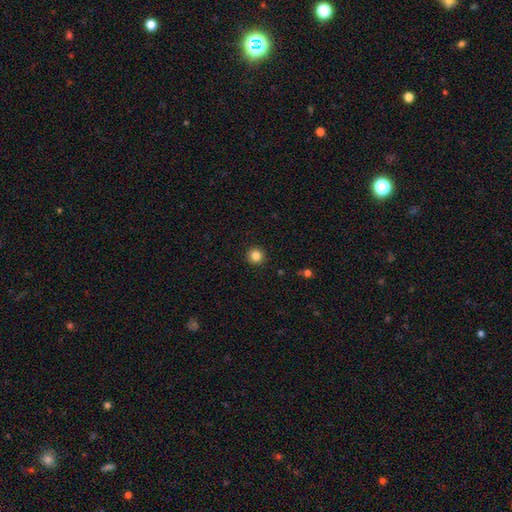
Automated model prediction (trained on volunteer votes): Smooth or featured? Predicted: smooth (p=0.85). How rounded? Predicted: round (p=0.95). Merging? Predicted: none (p=0.93).